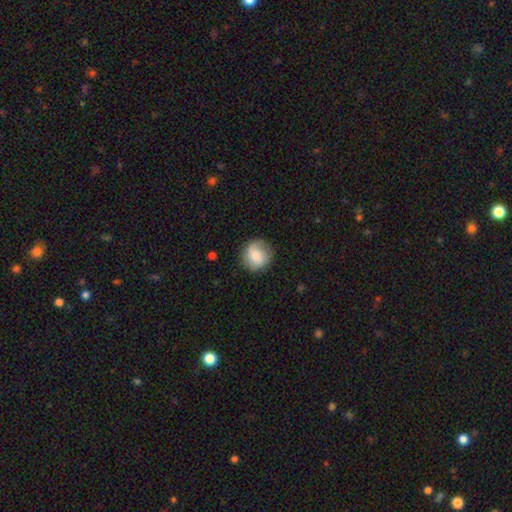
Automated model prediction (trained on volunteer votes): smooth_or_featured: smooth (p=0.72) [alt: featured or disk p=0.21]
how_rounded: round (p=0.90) [alt: in between p=0.09]
merging: none (p=0.82) [alt: minor disturbance p=0.13]